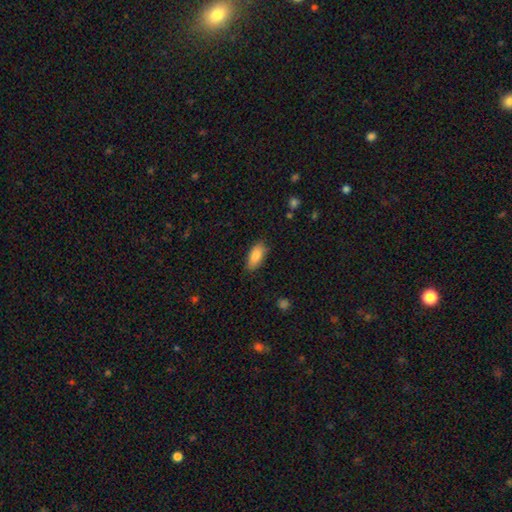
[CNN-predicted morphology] smooth 85%, featured or disk 8%, star or artifact 7%. Down the decision tree: how rounded — in between (86%); merging — none (84%).